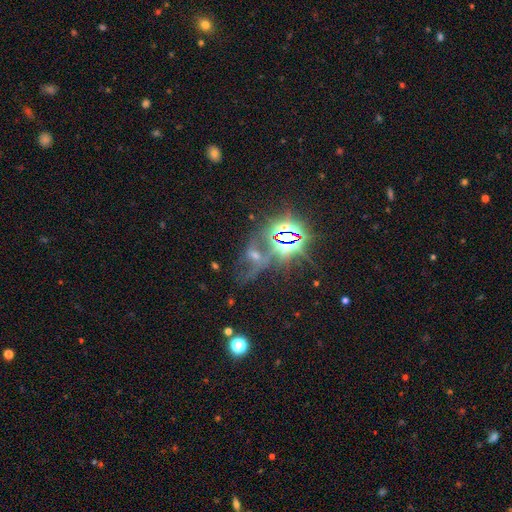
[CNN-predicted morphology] Overall: star or artifact (55%; featured or disk 31%).